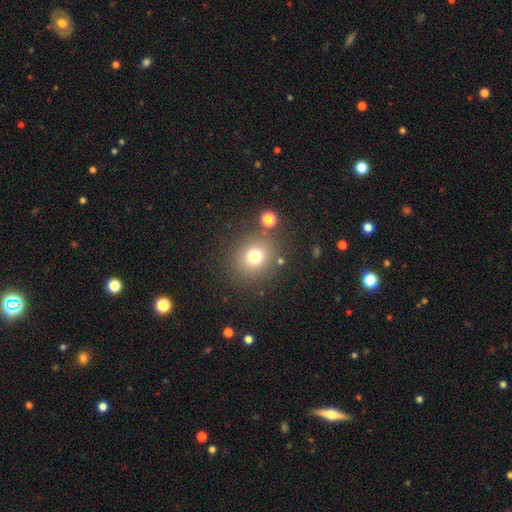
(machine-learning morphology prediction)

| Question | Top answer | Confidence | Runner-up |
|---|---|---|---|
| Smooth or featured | smooth | 74% | star or artifact (16%) |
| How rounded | round | 83% | in between (16%) |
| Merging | none | 82% | minor disturbance (9%) |